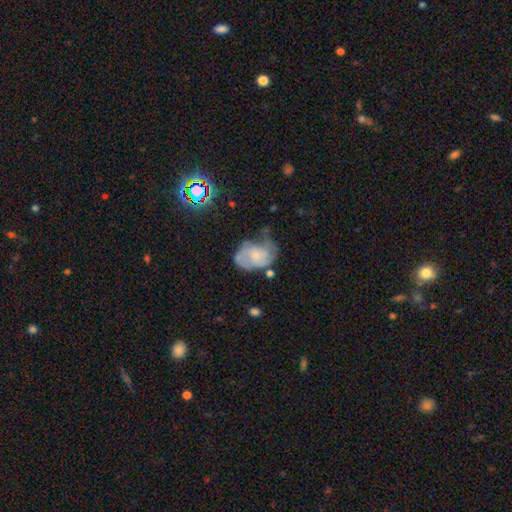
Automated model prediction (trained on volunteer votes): Smooth or featured?
  - smooth: 49% *
  - featured or disk: 41%
  - star or artifact: 10%
Merging?
  - minor disturbance: 34% *
  - major disturbance: 32%
  - none: 26%
  - merger: 8%